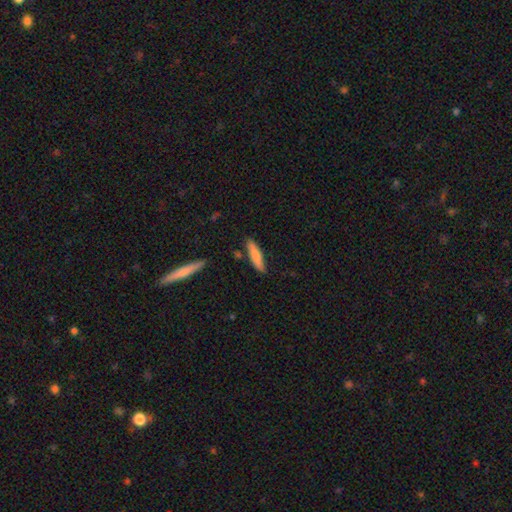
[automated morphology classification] Smooth or featured?
  - smooth: 73% *
  - featured or disk: 21%
  - star or artifact: 6%
How rounded?
  - cigar-shaped: 80% *
  - in between: 18%
  - round: 2%
Merging?
  - none: 81% *
  - minor disturbance: 13%
  - merger: 4%
  - major disturbance: 2%